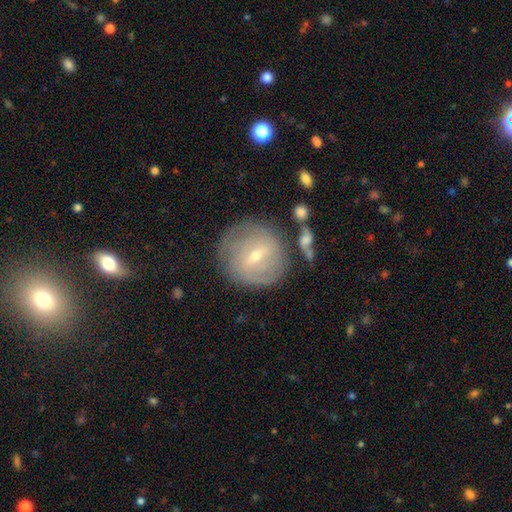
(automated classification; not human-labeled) This is possibly a featured or disk galaxy (58%). It is clearly not viewed edge-on (94%). Bar: possibly weak (58%). Spiral arm pattern: likely yes (63%). Central bulge: likely small (62%). Merging: likely none (73%).